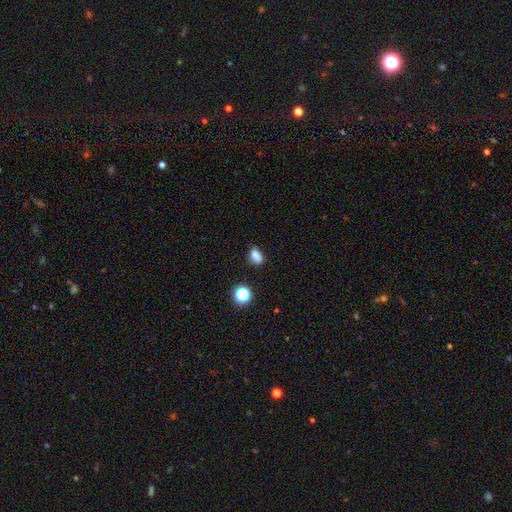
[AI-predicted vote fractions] Q: Smooth or featured?
A: smooth (79%); runner-up: star or artifact (13%)
Q: How rounded?
A: in between (74%); runner-up: round (24%)
Q: Merging?
A: none (62%); runner-up: minor disturbance (25%)